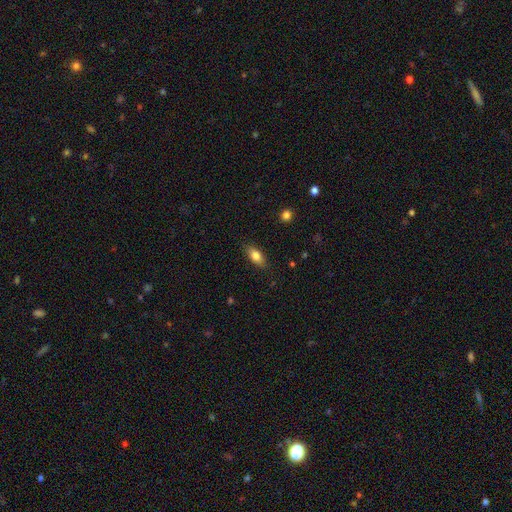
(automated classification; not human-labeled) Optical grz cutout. It shows a smooth galaxy with no disk features (79%) that is in between round and cigar-shaped (83%). Merging: none (85%).